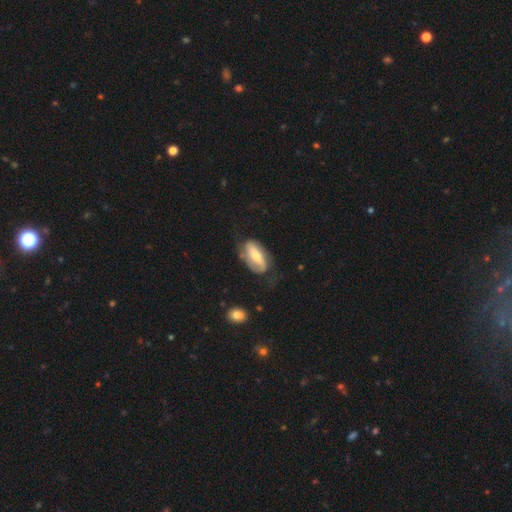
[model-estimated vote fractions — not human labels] Smooth or featured? featured or disk (61%)
Edge-on disk? no (90%)
Bar? strong (48%)
Spiral arms? yes (78%)
Bulge size? moderate (49%)
Merging? none (58%)